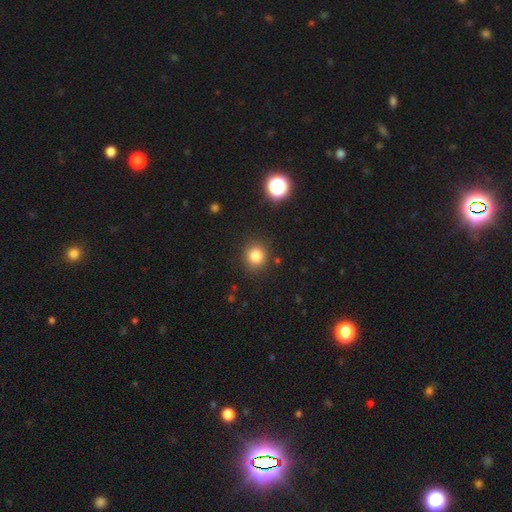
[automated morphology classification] Smooth or featured: smooth — 82% (star or artifact — 13%)
How rounded: round — 88% (in between — 12%)
Merging: none — 89% (minor disturbance — 7%)